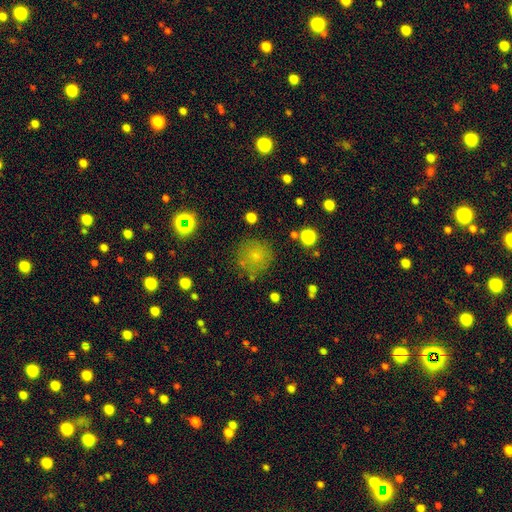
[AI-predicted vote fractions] A smooth galaxy with no disk features (72%) that is round (92%). Merging: none (76%).